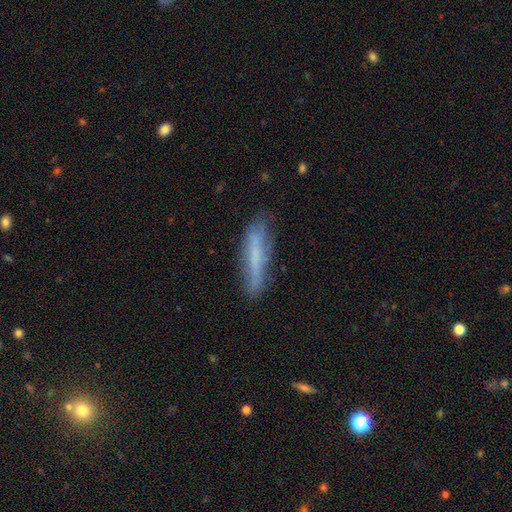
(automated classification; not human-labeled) Overall: smooth (52%; featured or disk 40%). How rounded: cigar-shaped (84%). Merging: none (66%).